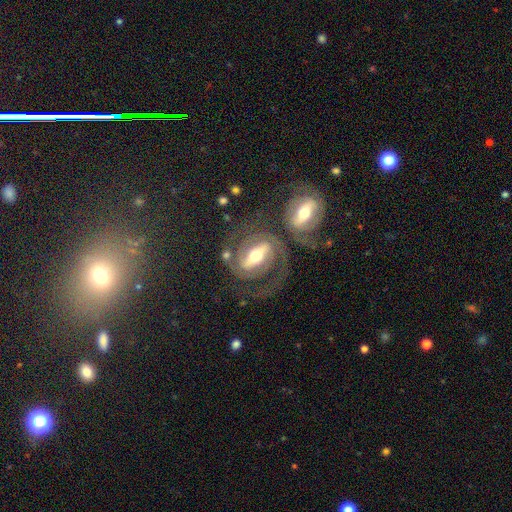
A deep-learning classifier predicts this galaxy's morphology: type=featured or disk (88%); edge-on=no (95%); bar=strong (75%); spiral arms=yes (95%); winding=medium (46%); arm count=2 (89%); bulge=moderate (66%); merging=none (55%).